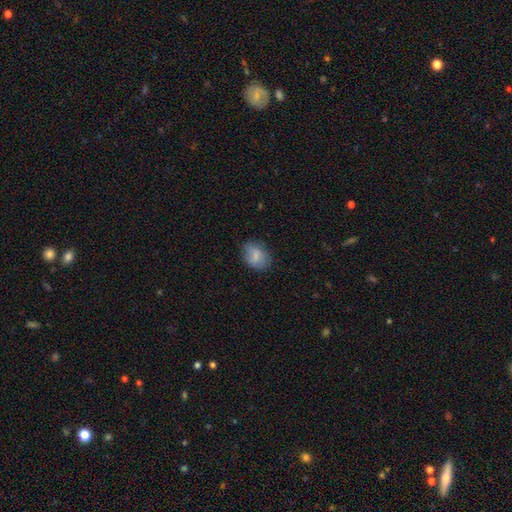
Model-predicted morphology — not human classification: The model was most divided on "how rounded": in between: 70%, round: 29%, cigar-shaped: 1%. More confident: smooth or featured — smooth (74%); merging — none (69%).